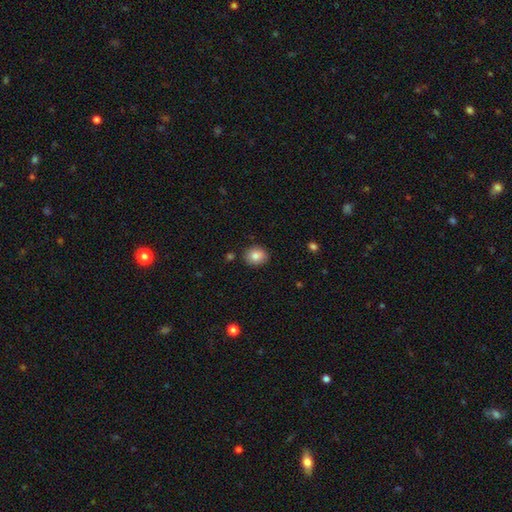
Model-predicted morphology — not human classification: Q: Smooth or featured?
A: smooth (84%); runner-up: star or artifact (9%)
Q: How rounded?
A: round (63%); runner-up: in between (36%)
Q: Merging?
A: none (86%); runner-up: minor disturbance (10%)